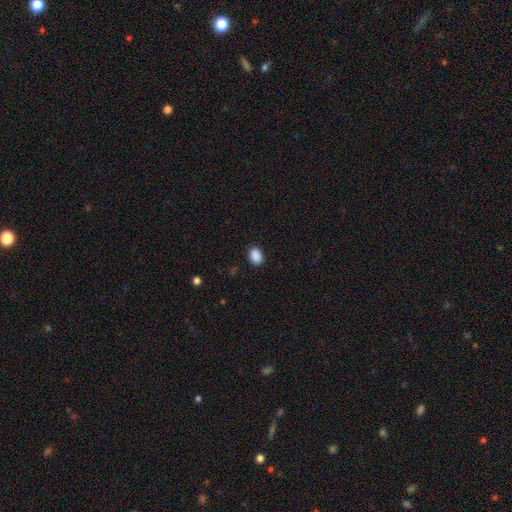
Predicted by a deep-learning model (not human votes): smooth 89%, star or artifact 9%, featured or disk 2%. Down the decision tree: how rounded — in between (67%); merging — none (89%).